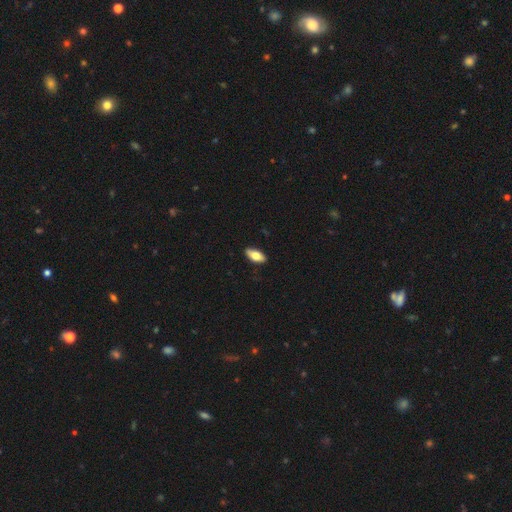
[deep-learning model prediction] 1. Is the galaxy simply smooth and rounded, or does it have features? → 76% smooth, 18% featured or disk, 6% star or artifact.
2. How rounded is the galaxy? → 88% in between, 9% cigar-shaped, 3% round.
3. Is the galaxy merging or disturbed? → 88% none, 9% minor disturbance, 2% major disturbance, 1% merger.